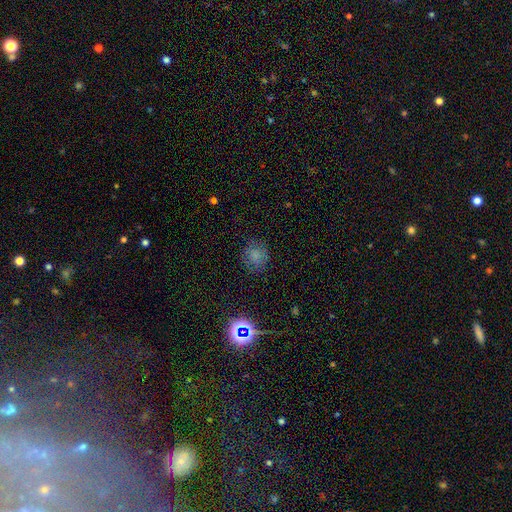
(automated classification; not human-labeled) Q: Smooth or featured?
A: smooth (74%); runner-up: star or artifact (17%)
Q: How rounded?
A: round (77%); runner-up: in between (22%)
Q: Merging?
A: none (79%); runner-up: minor disturbance (15%)